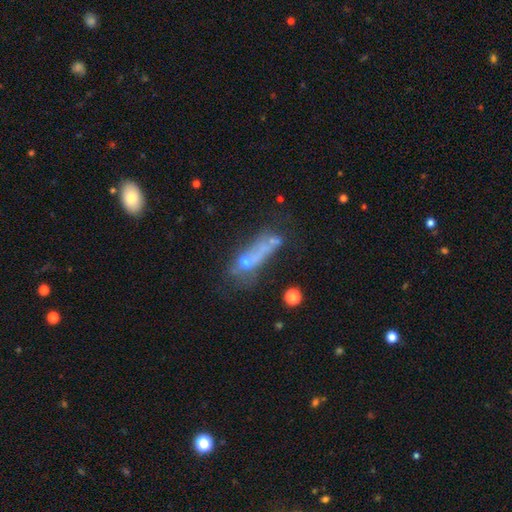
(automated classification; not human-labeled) This is marginally a smooth galaxy (40%). Merging: marginally none (31%).